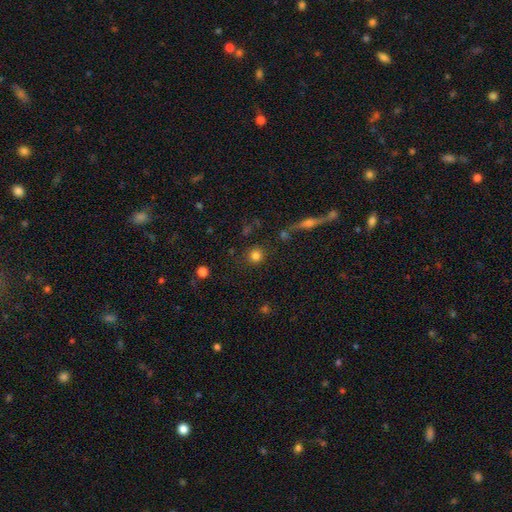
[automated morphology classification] type=smooth (81%); roundness=round (92%); merging=none (84%).